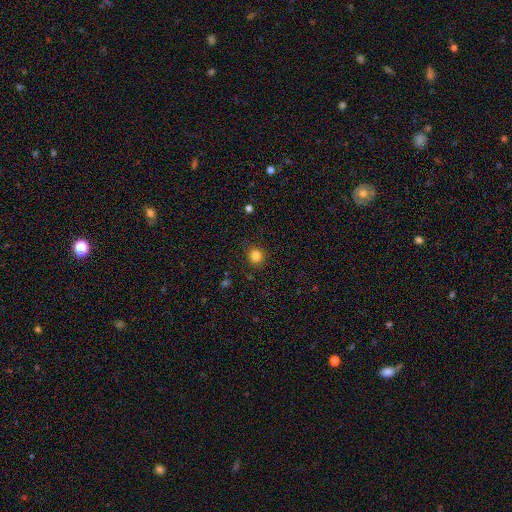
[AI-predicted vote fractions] A smooth galaxy with no disk features (83%) that is round (88%). Merging: none (88%).